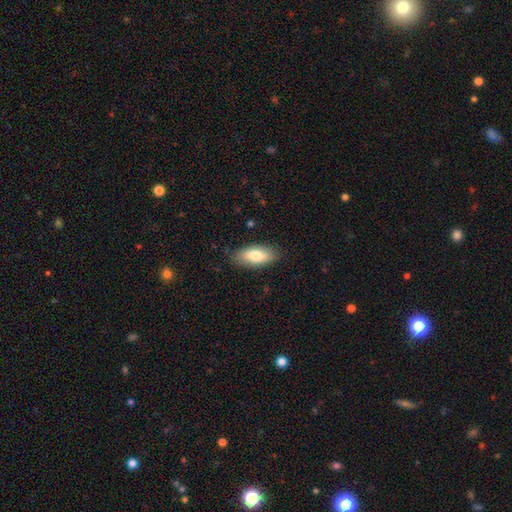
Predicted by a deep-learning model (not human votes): Smooth or featured? smooth (77%)
How rounded? in between (83%)
Merging? none (85%)